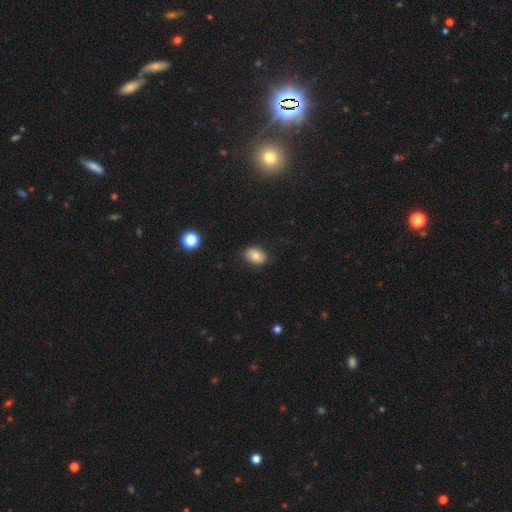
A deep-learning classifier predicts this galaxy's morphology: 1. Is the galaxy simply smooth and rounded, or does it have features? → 77% smooth, 13% featured or disk, 10% star or artifact.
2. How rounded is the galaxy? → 73% in between, 26% round, 1% cigar-shaped.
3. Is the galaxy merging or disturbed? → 76% none, 19% minor disturbance, 4% major disturbance, 1% merger.